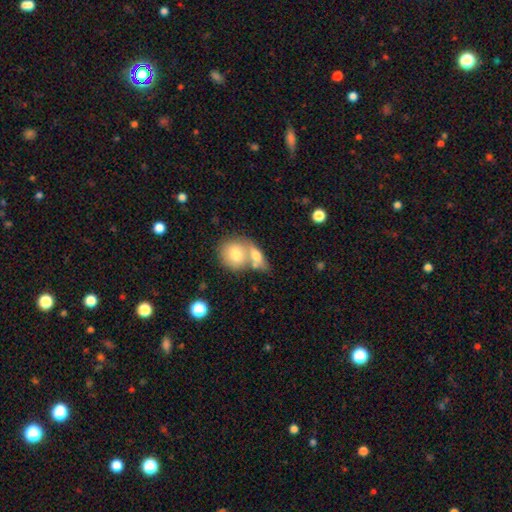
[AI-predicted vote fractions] The model was most divided on "how rounded": in between: 57%, round: 33%, cigar-shaped: 10%. More confident: smooth or featured — smooth (70%); merging — merger (58%).